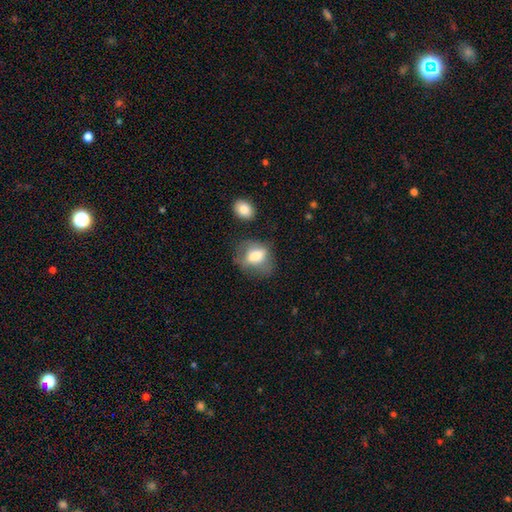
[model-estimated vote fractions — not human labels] Smooth or featured: smooth — 70% (featured or disk — 21%)
How rounded: in between — 68% (round — 30%)
Merging: none — 50% (minor disturbance — 25%)